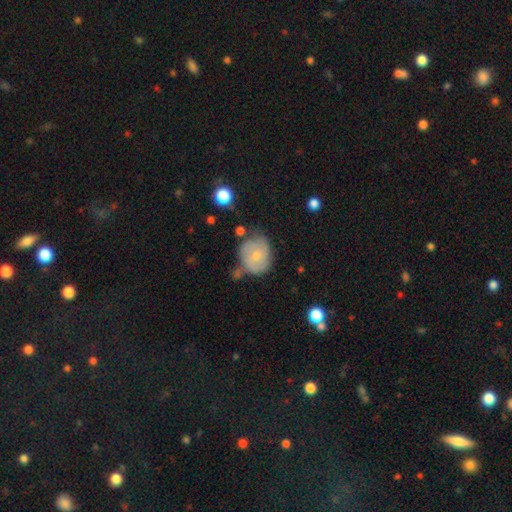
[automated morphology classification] Q: Smooth or featured?
A: featured or disk (49%); runner-up: smooth (44%)
Q: Merging?
A: none (50%); runner-up: minor disturbance (29%)